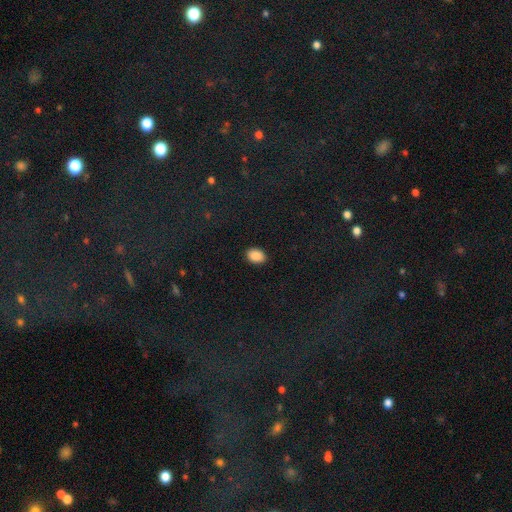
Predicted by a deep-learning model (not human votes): smooth 89%, star or artifact 8%, featured or disk 3%. Down the decision tree: how rounded — in between (80%); merging — none (90%).